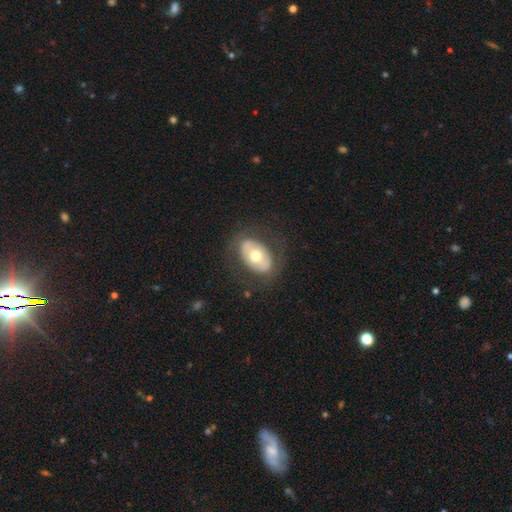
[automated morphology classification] A smooth galaxy with no disk features (48%). Merging: none (77%).